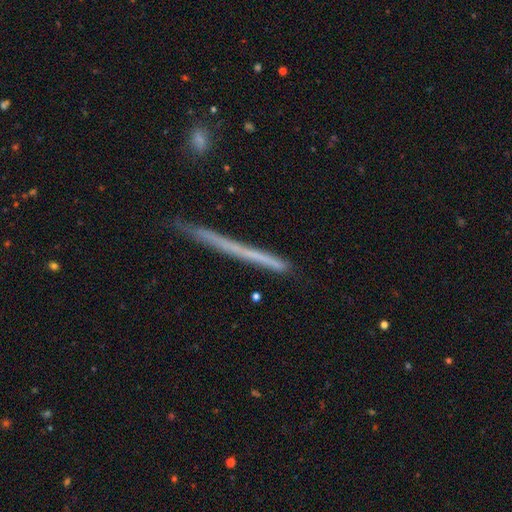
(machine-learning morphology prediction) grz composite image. It shows a featured or disk galaxy (49%). Merging: none (86%).